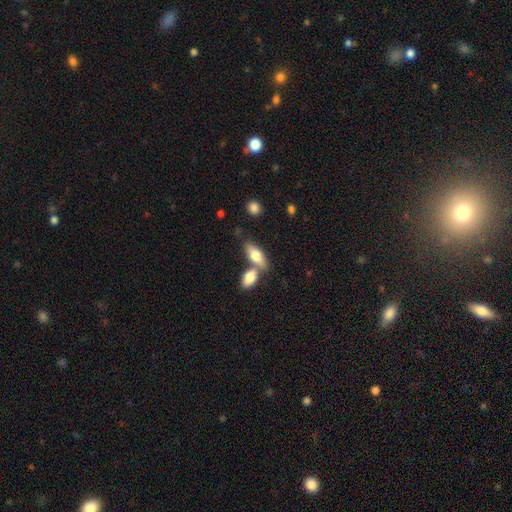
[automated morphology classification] This is likely a smooth galaxy (71%). How rounded: likely in between (75%). Merging: possibly none (46%).